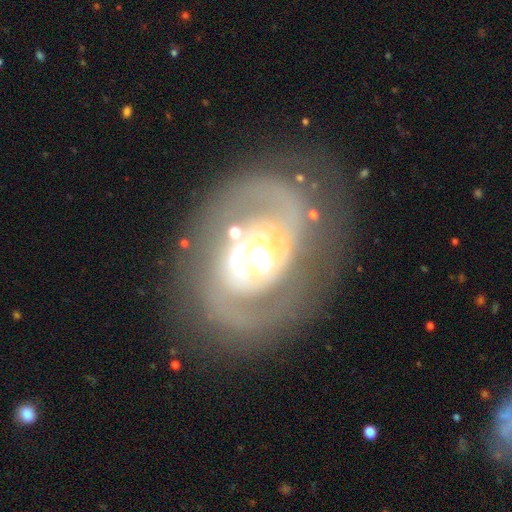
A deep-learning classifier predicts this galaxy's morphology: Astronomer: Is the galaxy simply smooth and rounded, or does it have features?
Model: featured or disk — 77%.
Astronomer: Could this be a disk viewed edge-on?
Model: no — 95%.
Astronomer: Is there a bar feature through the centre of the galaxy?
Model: no — 67%.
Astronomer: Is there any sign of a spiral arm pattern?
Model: yes — 65%.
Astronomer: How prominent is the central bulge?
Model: large — 43% (runner-up: moderate, 37%).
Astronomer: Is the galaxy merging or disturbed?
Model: none — 55%.